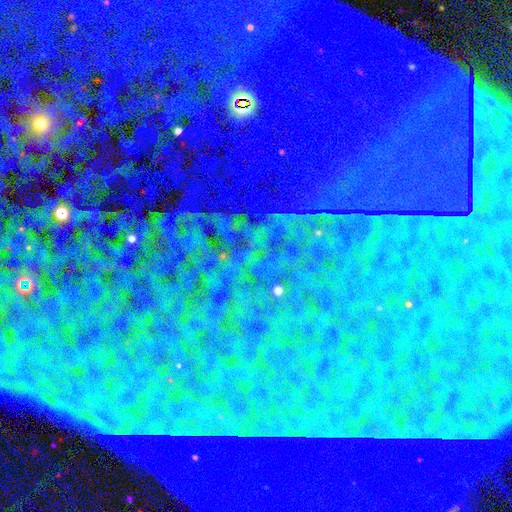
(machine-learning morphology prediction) Smooth or featured?
  - star or artifact: 87% *
  - featured or disk: 7%
  - smooth: 6%